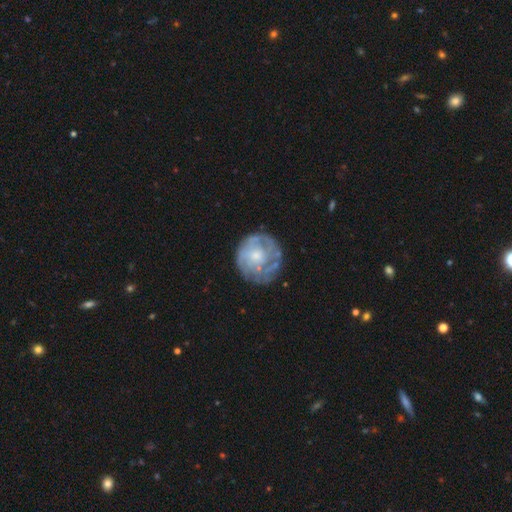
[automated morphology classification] featured or disk 63%, smooth 31%, star or artifact 7%. Down the decision tree: edge-on disk — no (98%); bar — no (84%); spiral arms — no (51%); bulge size — moderate (44%); merging — none (67%).